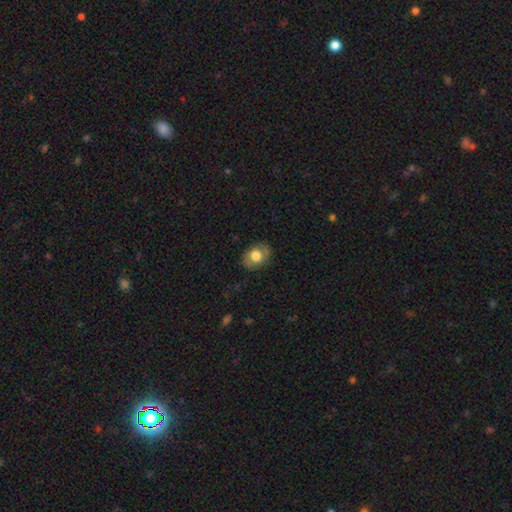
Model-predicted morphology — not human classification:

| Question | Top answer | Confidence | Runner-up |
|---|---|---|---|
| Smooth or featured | smooth | 67% | featured or disk (26%) |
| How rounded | in between | 68% | round (31%) |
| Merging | none | 81% | minor disturbance (14%) |